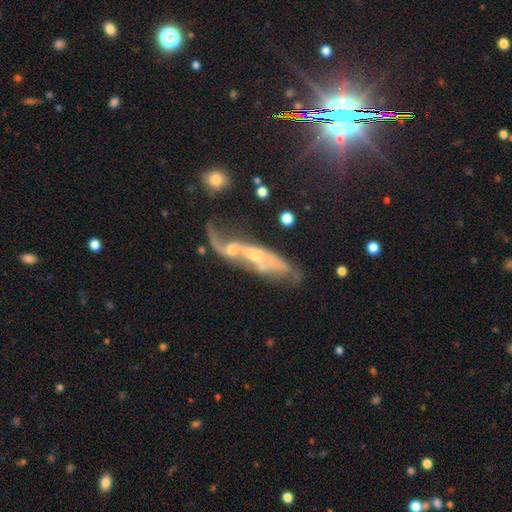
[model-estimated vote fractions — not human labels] Smooth or featured? Predicted: featured or disk (p=0.69). Edge-on disk? Predicted: no (p=0.71). Merging? Predicted: merger (p=0.37).